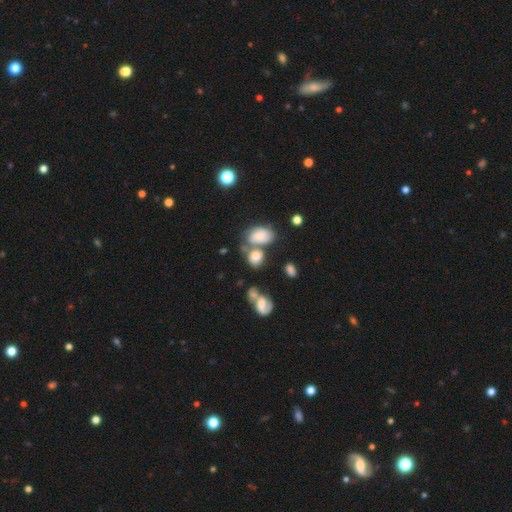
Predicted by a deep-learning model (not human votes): Smooth or featured?
  - smooth: 69% *
  - featured or disk: 18%
  - star or artifact: 13%
How rounded?
  - in between: 73% *
  - round: 25%
  - cigar-shaped: 2%
Merging?
  - merger: 40% *
  - none: 35%
  - minor disturbance: 15%
  - major disturbance: 9%